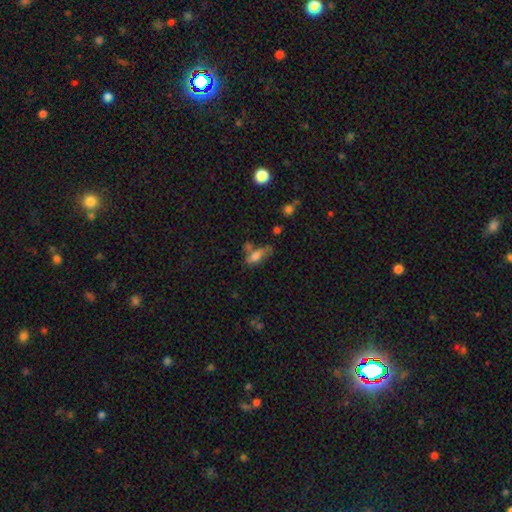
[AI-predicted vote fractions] Overall: smooth (66%). How rounded: in between (78%). Merging: none (32%; minor disturbance 24%).